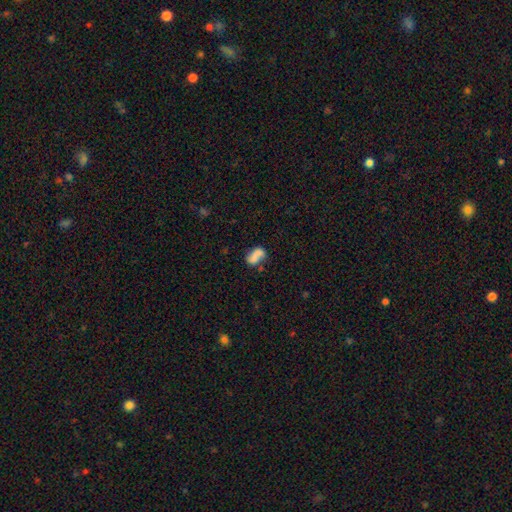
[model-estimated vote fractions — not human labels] This is possibly a smooth galaxy (55%). How rounded: clearly in between (82%). Merging: marginally none (44%).